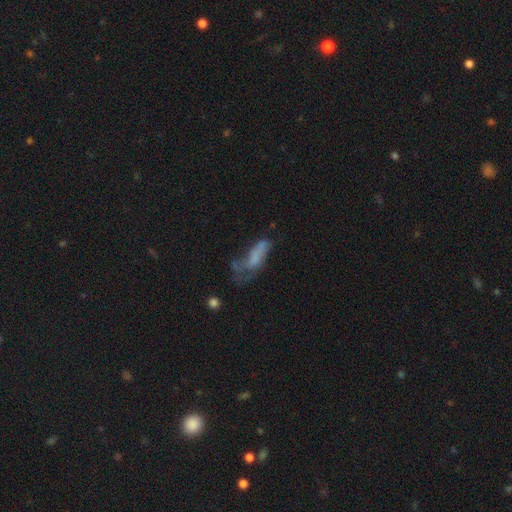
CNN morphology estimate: A smooth galaxy with no disk features (49%).

Vote fractions:
- Smooth or featured? smooth: 49% / featured or disk: 37% / star or artifact: 14%
- Merging? major disturbance: 45% / none: 24% / minor disturbance: 22% / merger: 10%